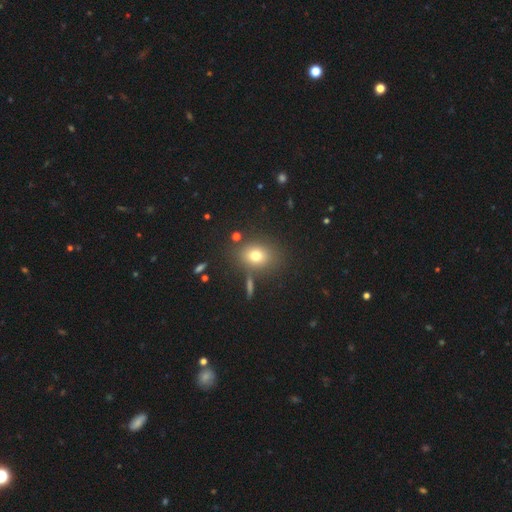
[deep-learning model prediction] Smooth or featured? Predicted: smooth (p=0.74). How rounded? Predicted: round (p=0.53). Merging? Predicted: none (p=0.78).